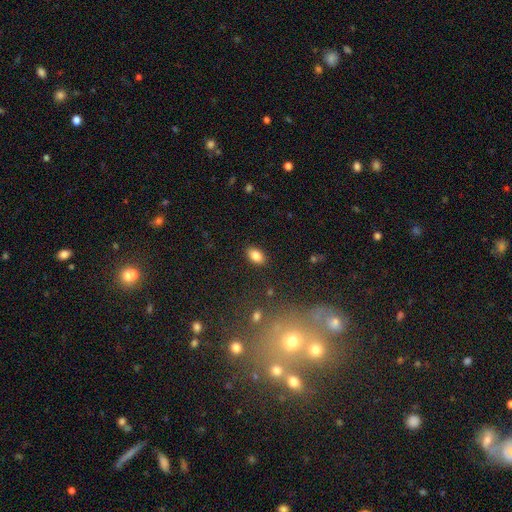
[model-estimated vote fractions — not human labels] Morphology: type=smooth (84%); roundness=in between (89%); merging=none (87%).